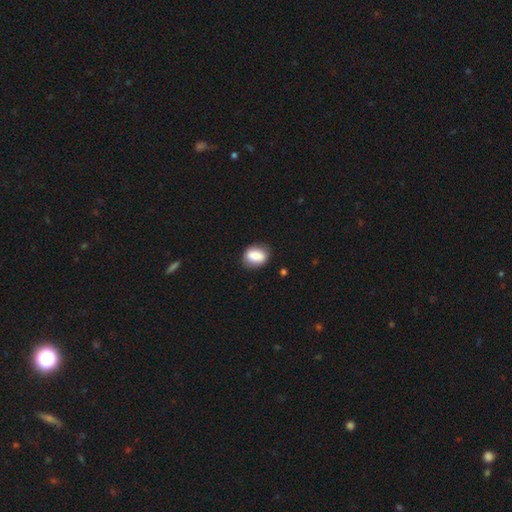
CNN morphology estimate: smooth-or-featured: smooth: 82% | featured or disk: 10% | star or artifact: 7%
  how-rounded: in between: 69% | round: 29% | cigar-shaped: 2%
  merging: none: 81% | minor disturbance: 14% | major disturbance: 3% | merger: 2%